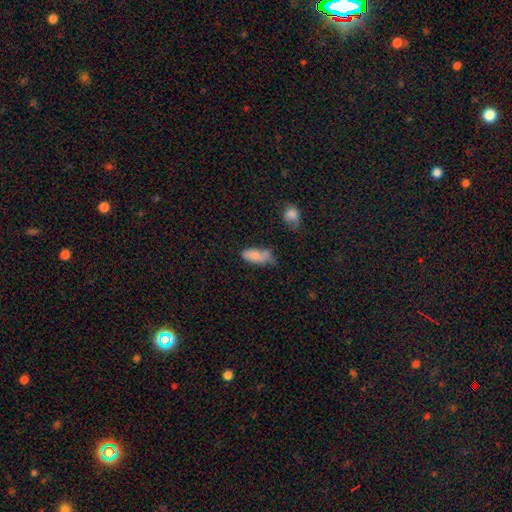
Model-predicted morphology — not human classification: A smooth galaxy with no disk features (79%) that is in between round and cigar-shaped (84%).

Vote fractions:
- Smooth or featured? smooth: 79% / featured or disk: 13% / star or artifact: 9%
- How rounded? in between: 84% / cigar-shaped: 13% / round: 3%
- Merging? none: 37% / minor disturbance: 36% / major disturbance: 16% / merger: 12%